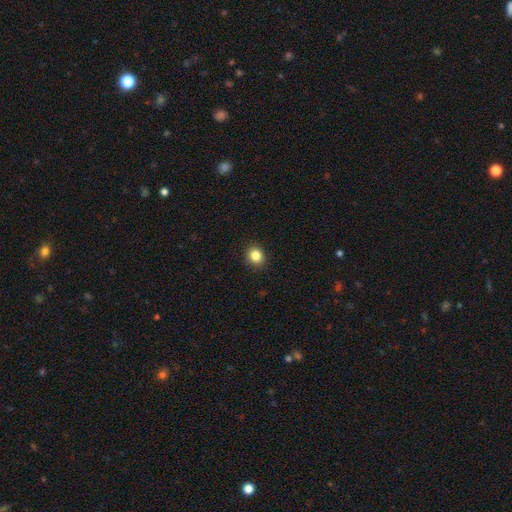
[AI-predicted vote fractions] smooth 84%, star or artifact 11%, featured or disk 5%. Down the decision tree: how rounded — round (79%); merging — none (91%).